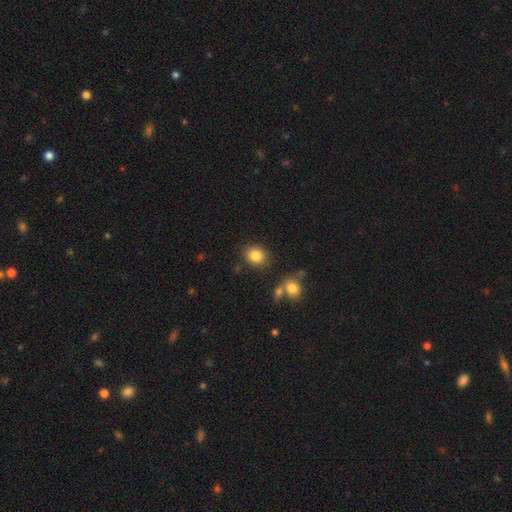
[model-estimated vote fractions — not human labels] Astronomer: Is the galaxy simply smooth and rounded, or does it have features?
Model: smooth — 84%.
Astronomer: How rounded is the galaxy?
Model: round — 65%.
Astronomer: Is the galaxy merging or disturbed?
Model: none — 83%.